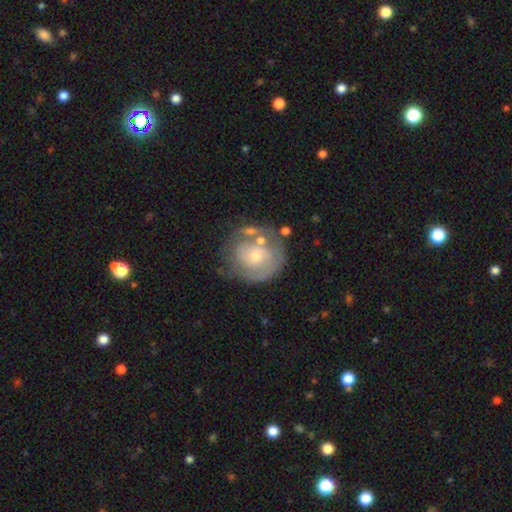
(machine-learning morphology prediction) Smooth or featured: featured or disk — 63% (smooth — 31%)
Edge-on disk: no — 97% (yes — 3%)
Bar: no — 79% (weak — 17%)
Spiral arms: yes — 66% (no — 34%)
Bulge size: small — 56% (moderate — 39%)
Merging: none — 57% (minor disturbance — 21%)